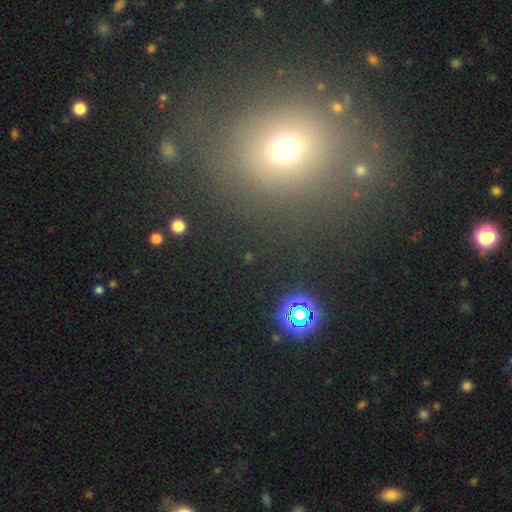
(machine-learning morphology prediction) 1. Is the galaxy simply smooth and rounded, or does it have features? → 54% smooth, 35% star or artifact, 11% featured or disk.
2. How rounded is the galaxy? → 76% round, 22% in between, 2% cigar-shaped.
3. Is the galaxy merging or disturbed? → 82% none, 9% minor disturbance, 5% major disturbance, 4% merger.